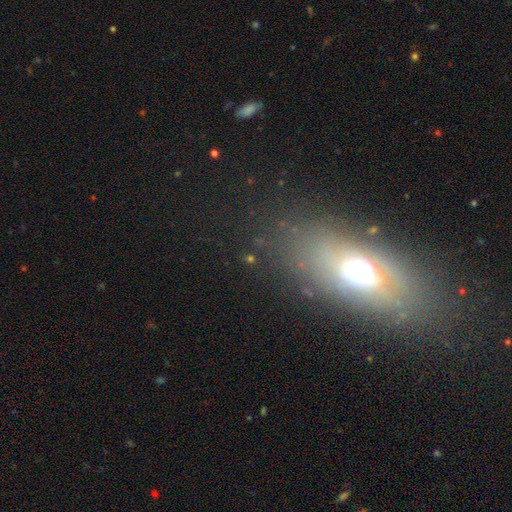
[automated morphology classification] This is marginally a smooth galaxy (42%). Merging: likely none (75%).